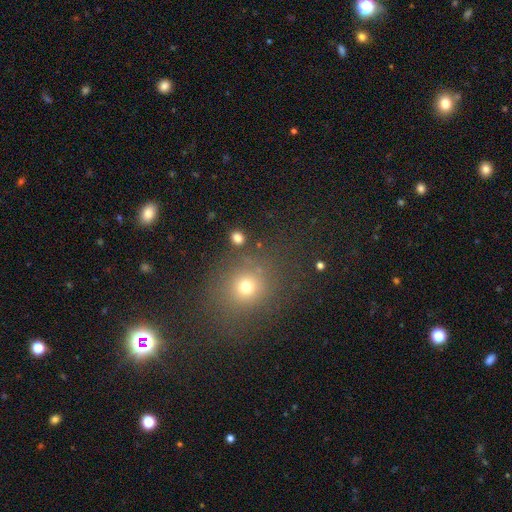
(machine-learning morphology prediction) Overall: smooth (56%; star or artifact 35%). How rounded: round (75%). Merging: none (86%).